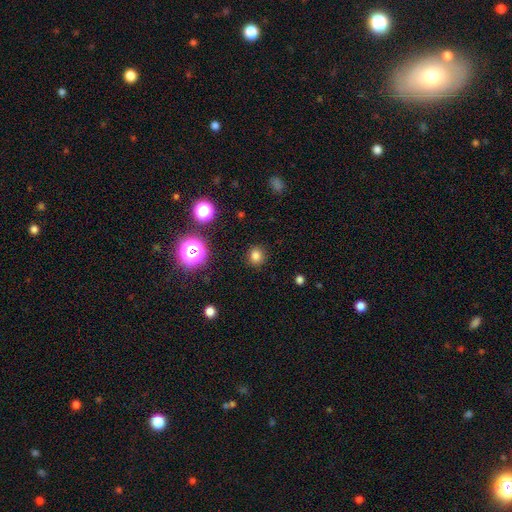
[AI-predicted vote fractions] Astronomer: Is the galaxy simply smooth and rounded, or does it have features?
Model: smooth — 78%.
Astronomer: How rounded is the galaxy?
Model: round — 83%.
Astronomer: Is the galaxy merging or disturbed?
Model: none — 90%.